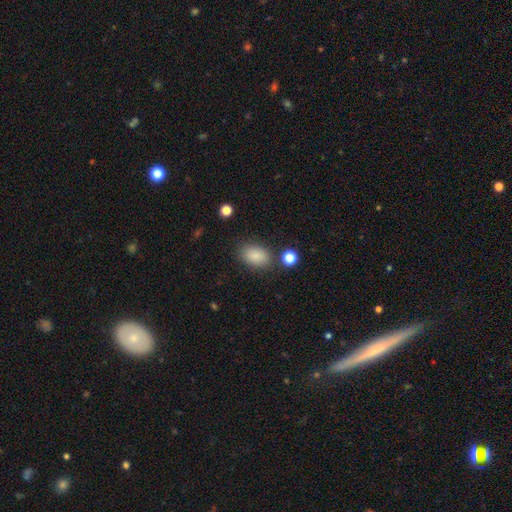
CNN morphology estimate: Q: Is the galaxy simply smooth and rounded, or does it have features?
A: smooth — 86%.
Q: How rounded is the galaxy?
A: in between — 89%.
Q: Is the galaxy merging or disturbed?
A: none — 82%.